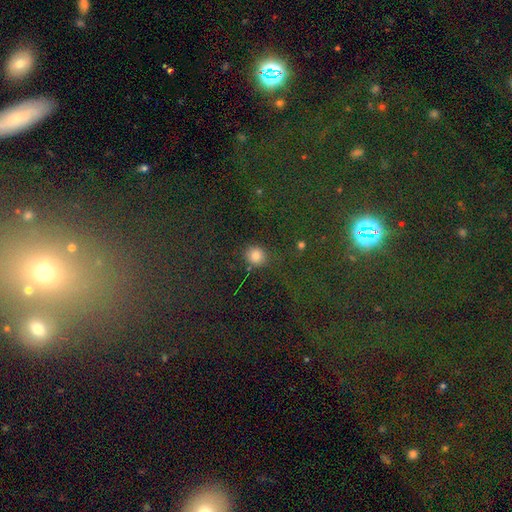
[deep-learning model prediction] Q: Smooth or featured?
A: smooth (77%); runner-up: star or artifact (17%)
Q: How rounded?
A: round (80%); runner-up: in between (19%)
Q: Merging?
A: none (81%); runner-up: minor disturbance (11%)